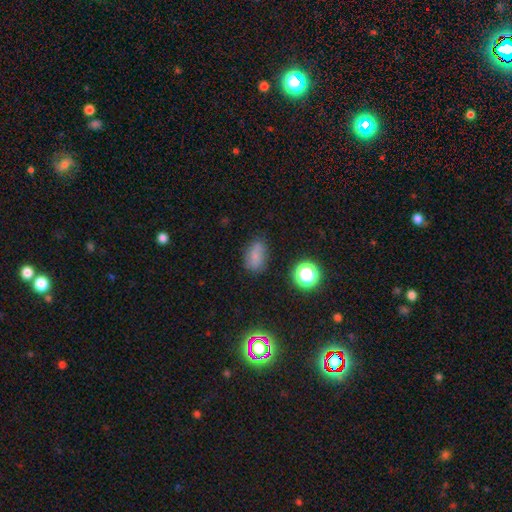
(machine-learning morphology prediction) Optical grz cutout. It shows a smooth galaxy with no disk features (66%) that is in between round and cigar-shaped (81%). Merging: none (69%).